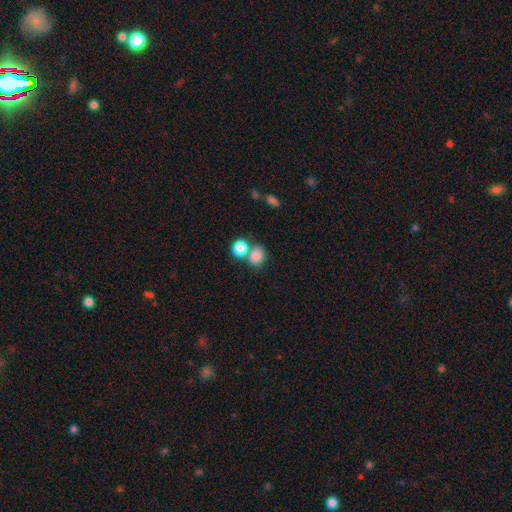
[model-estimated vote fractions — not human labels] A smooth galaxy with no disk features (83%) that is round (66%).

Vote fractions:
- Smooth or featured? smooth: 83% / star or artifact: 11% / featured or disk: 7%
- How rounded? round: 66% / in between: 33% / cigar-shaped: 1%
- Merging? none: 48% / merger: 37% / minor disturbance: 10% / major disturbance: 5%